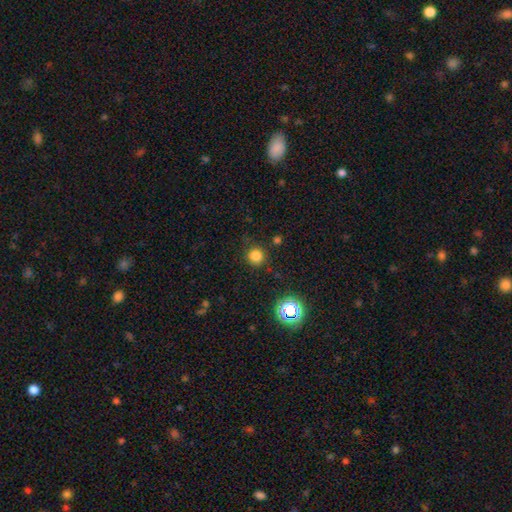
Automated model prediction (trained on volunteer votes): A smooth galaxy with no disk features (79%) that is round (93%). Merging: none (86%).